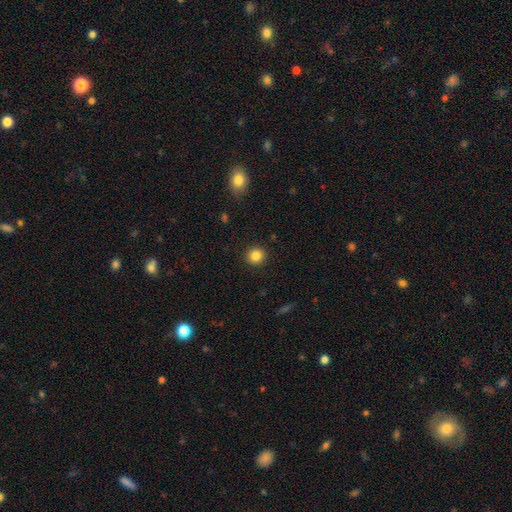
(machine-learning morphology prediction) This appears to be a smooth galaxy with no disk features (84%) that is round (93%). Merging: none (92%).